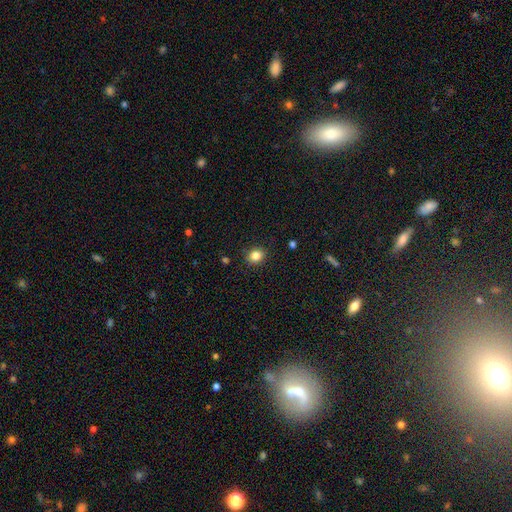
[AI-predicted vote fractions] This appears to be a smooth galaxy with no disk features (84%) that is round (66%). Merging: none (89%).